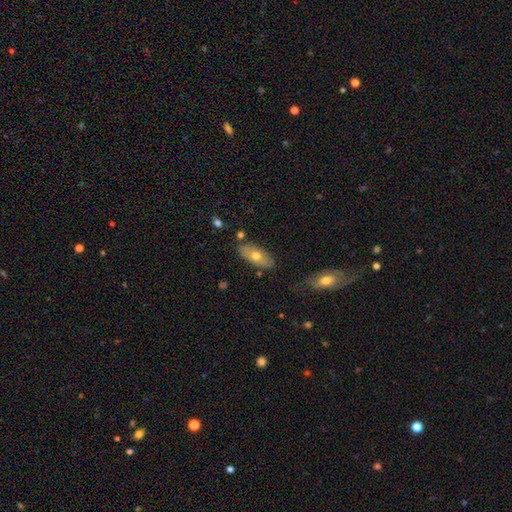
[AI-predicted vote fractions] This appears to be a smooth galaxy with no disk features (59%) that is in between round and cigar-shaped (85%). Merging: none (78%).